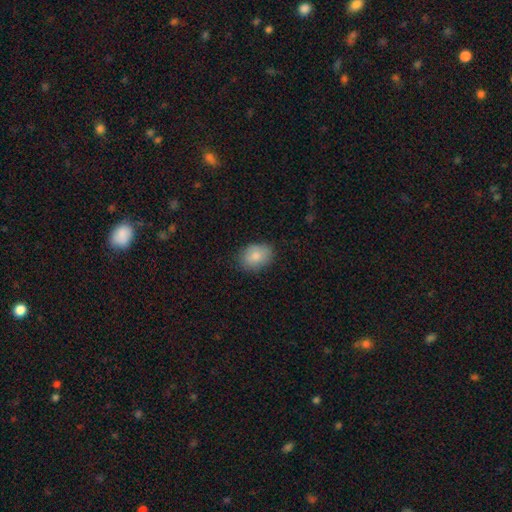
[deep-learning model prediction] A smooth galaxy with no disk features (85%) that is in between round and cigar-shaped (76%). Merging: none (79%).